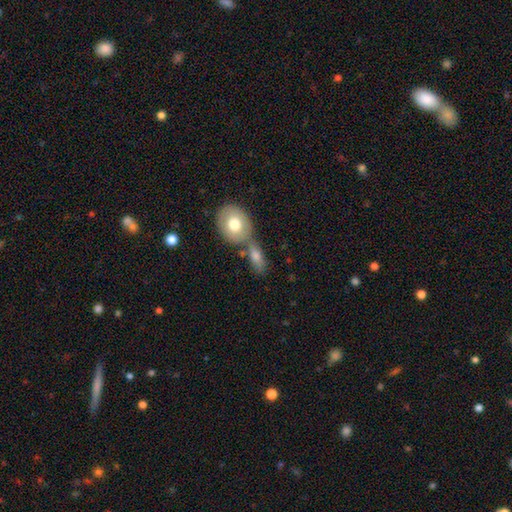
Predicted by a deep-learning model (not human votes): The model was most divided on "merging": merger: 43%, none: 40%, minor disturbance: 12%, major disturbance: 5%. More confident: how rounded — in between (74%); smooth or featured — smooth (71%).